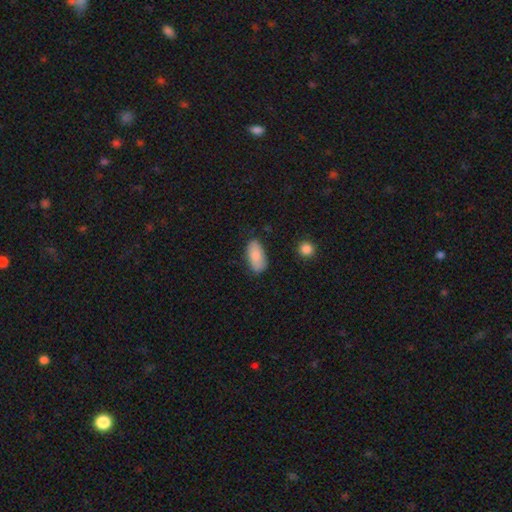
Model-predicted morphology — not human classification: This is clearly a smooth galaxy (85%). How rounded: clearly in between (92%). Merging: likely none (75%).